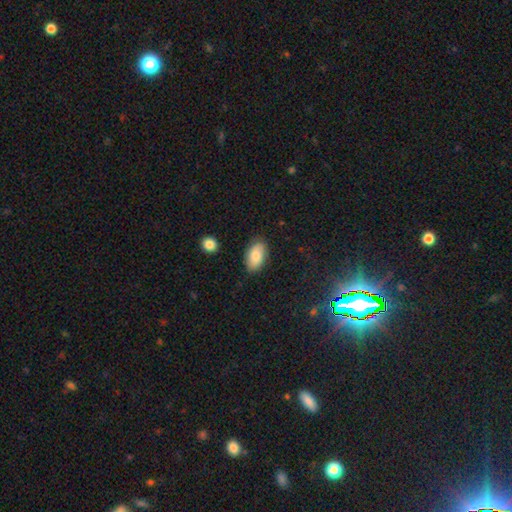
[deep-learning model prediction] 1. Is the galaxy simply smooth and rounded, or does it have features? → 82% smooth, 11% featured or disk, 7% star or artifact.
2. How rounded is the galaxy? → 94% in between, 4% round, 2% cigar-shaped.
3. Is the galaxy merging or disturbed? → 83% none, 12% minor disturbance, 3% major disturbance, 2% merger.